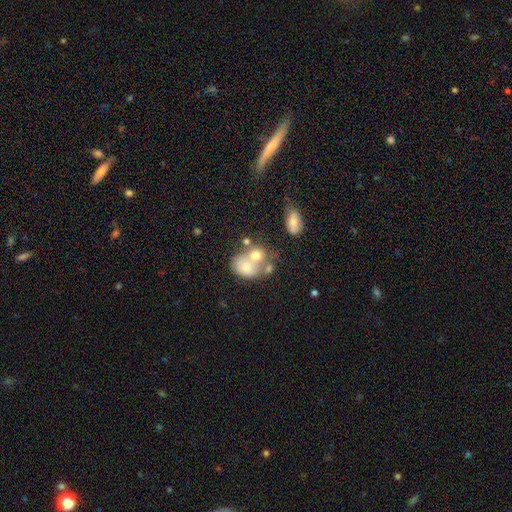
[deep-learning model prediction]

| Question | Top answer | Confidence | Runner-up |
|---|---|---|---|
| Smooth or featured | smooth | 64% | featured or disk (26%) |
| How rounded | round | 52% | in between (47%) |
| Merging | merger | 60% | none (24%) |